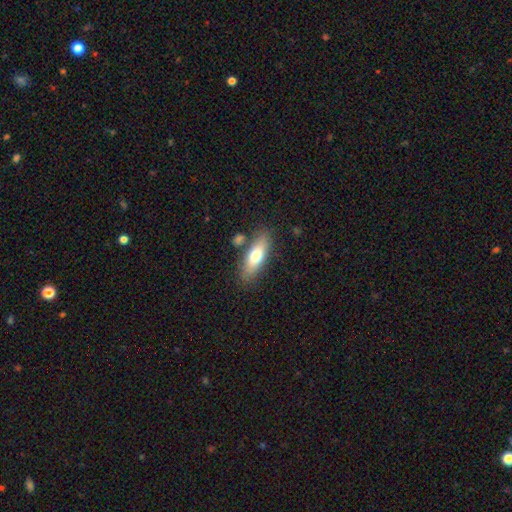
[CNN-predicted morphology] This appears to be a smooth galaxy with no disk features (69%) that is in between round and cigar-shaped (65%). Merging: none (77%).